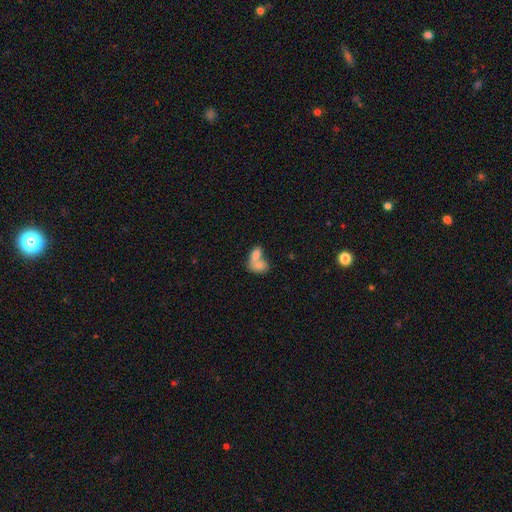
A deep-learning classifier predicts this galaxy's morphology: This appears to be a smooth galaxy with no disk features (77%) that is in between round and cigar-shaped (81%). Merging: merger (73%).